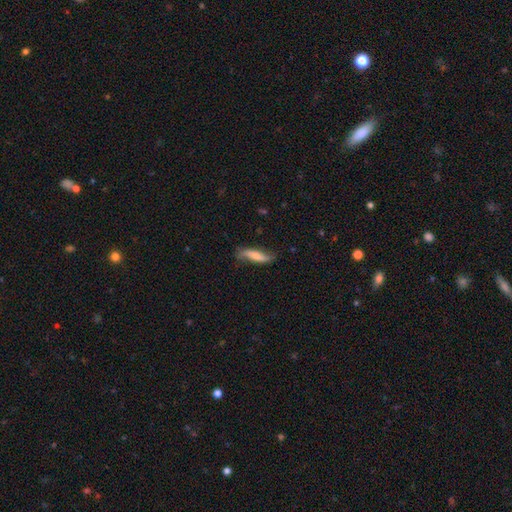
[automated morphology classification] smooth_or_featured: smooth (p=0.54) [alt: featured or disk p=0.40]
how_rounded: cigar-shaped (p=0.70) [alt: in between p=0.27]
merging: none (p=0.66) [alt: minor disturbance p=0.26]